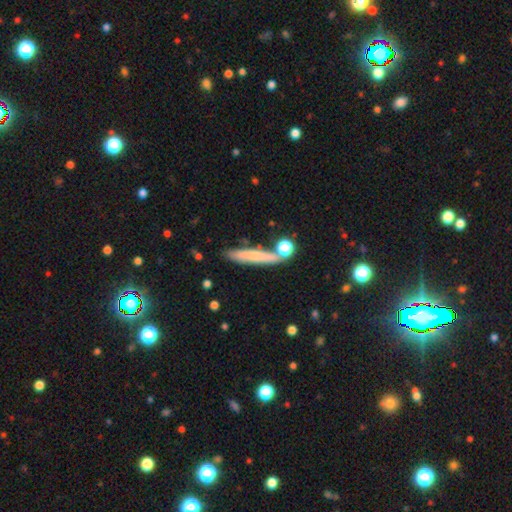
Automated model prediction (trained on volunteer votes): Smooth or featured: smooth — 64% (featured or disk — 27%)
How rounded: cigar-shaped — 90% (in between — 7%)
Merging: none — 74% (minor disturbance — 14%)